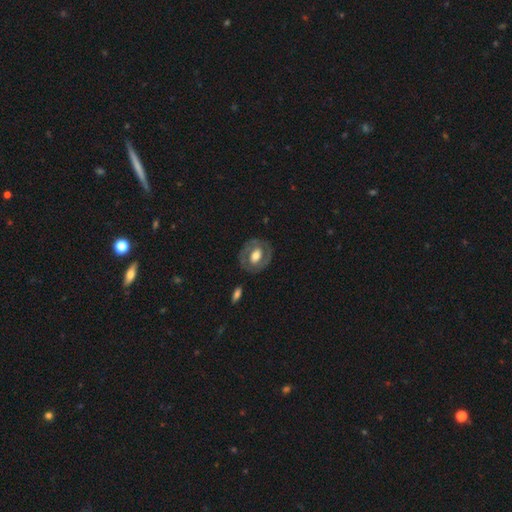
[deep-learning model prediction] Smooth or featured: featured or disk — 58% (smooth — 36%)
Edge-on disk: no — 94% (yes — 6%)
Bar: no — 52% (weak — 31%)
Spiral arms: no — 65% (yes — 35%)
Bulge size: moderate — 50% (large — 39%)
Merging: none — 78% (minor disturbance — 14%)